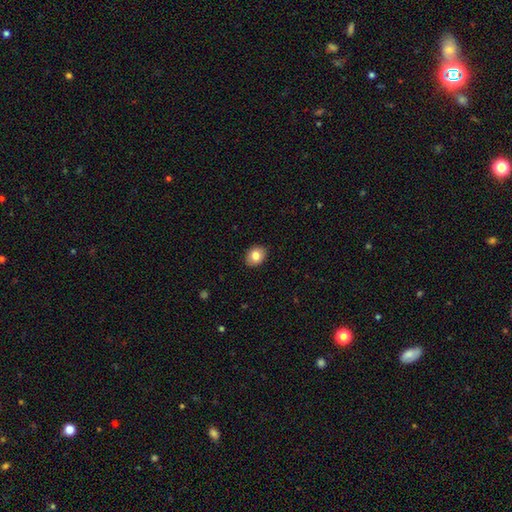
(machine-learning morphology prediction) Overall: smooth (82%). How rounded: in between (59%; round 40%). Merging: none (90%).